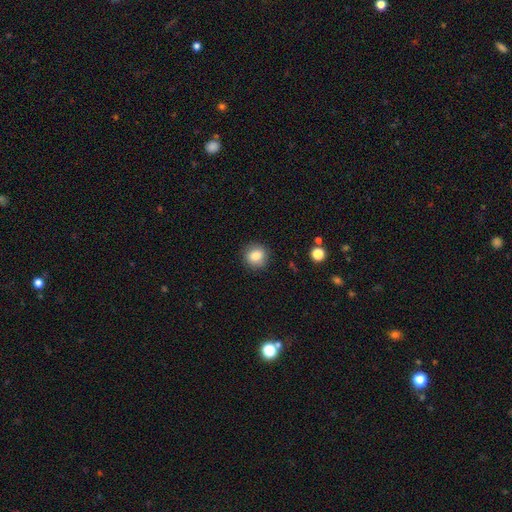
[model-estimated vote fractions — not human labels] Overall: smooth (83%). How rounded: round (85%). Merging: none (86%).